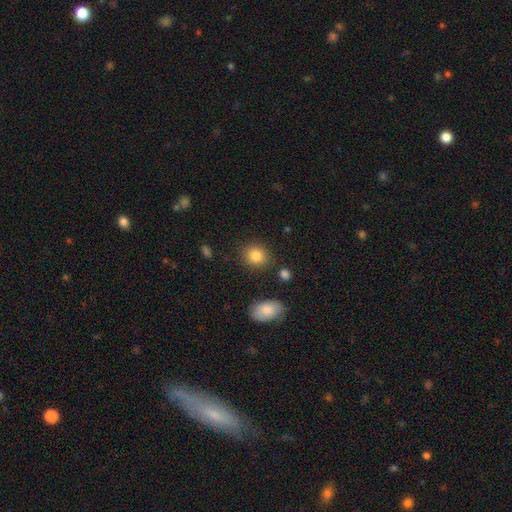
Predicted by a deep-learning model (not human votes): smooth_or_featured: smooth (p=0.85) [alt: star or artifact p=0.09]
how_rounded: round (p=0.69) [alt: in between p=0.30]
merging: none (p=0.83) [alt: minor disturbance p=0.10]